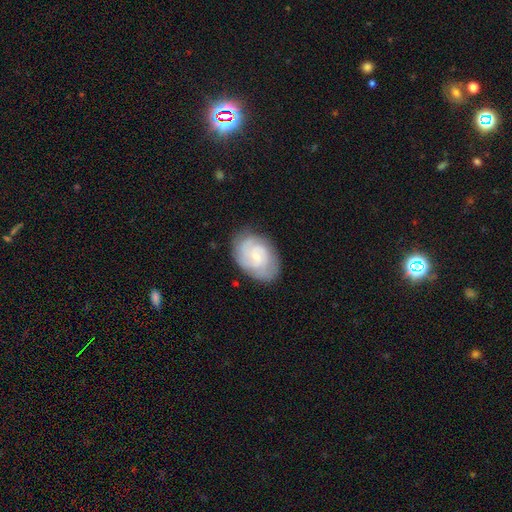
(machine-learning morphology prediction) A featured or disk galaxy (70%) with no bar (64%), tight (59%) spiral arms (92%) and a small central bulge (73%). Merging: none (75%).